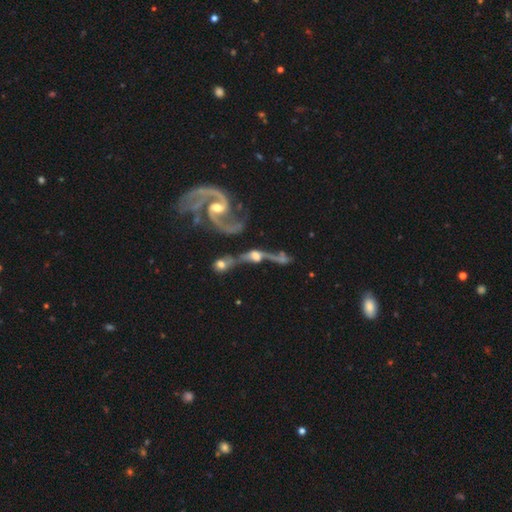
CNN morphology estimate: Smooth or featured?
  - featured or disk: 80% *
  - smooth: 12%
  - star or artifact: 8%
Edge-on disk?
  - no: 62% *
  - yes: 38%
Merging?
  - merger: 49% *
  - none: 24%
  - major disturbance: 16%
  - minor disturbance: 12%